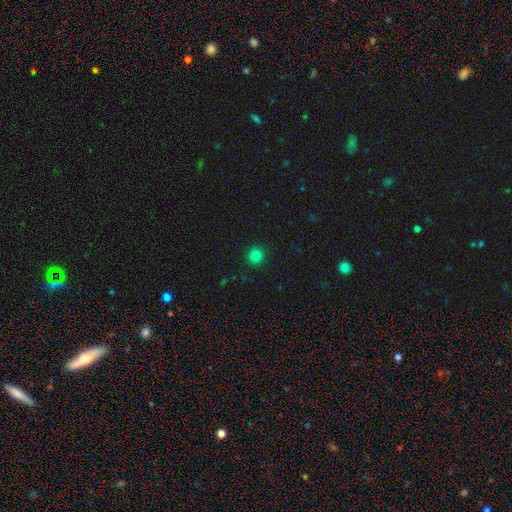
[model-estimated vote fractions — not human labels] Smooth or featured?
  - smooth: 82% *
  - star or artifact: 14%
  - featured or disk: 4%
How rounded?
  - round: 93% *
  - in between: 6%
  - cigar-shaped: 1%
Merging?
  - none: 91% *
  - minor disturbance: 6%
  - major disturbance: 2%
  - merger: 1%